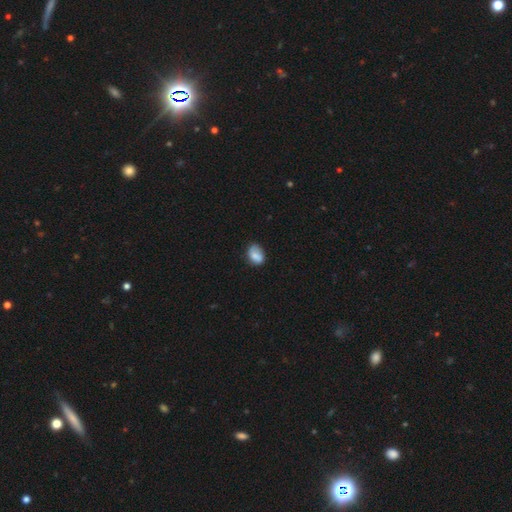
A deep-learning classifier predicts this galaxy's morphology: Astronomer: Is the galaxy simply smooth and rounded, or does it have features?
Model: smooth — 76%.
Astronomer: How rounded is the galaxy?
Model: in between — 72%.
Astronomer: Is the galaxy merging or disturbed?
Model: none — 58%.